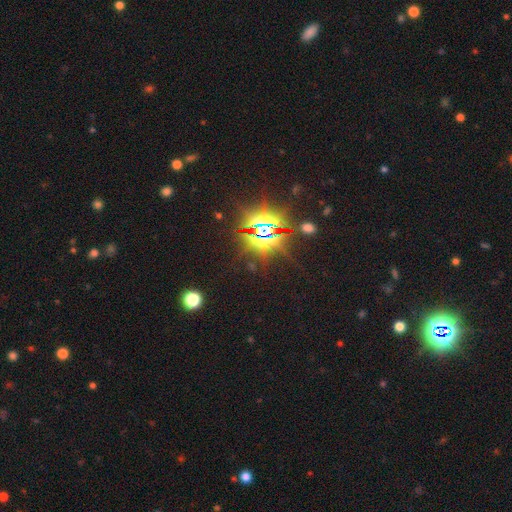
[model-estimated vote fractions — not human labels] Smooth or featured: star or artifact — 86% (smooth — 7%)